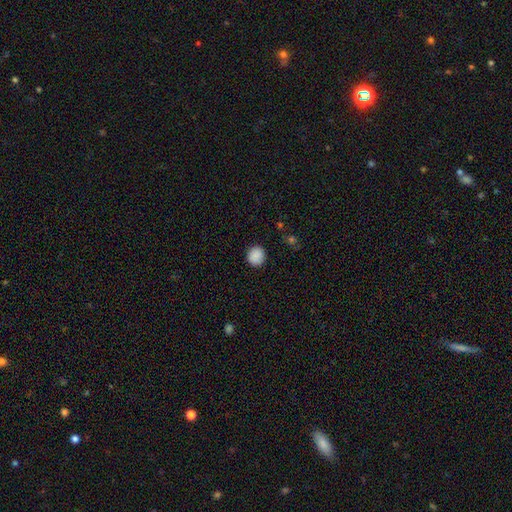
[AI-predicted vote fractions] Morphology: type=smooth (89%); roundness=round (90%); merging=none (91%).